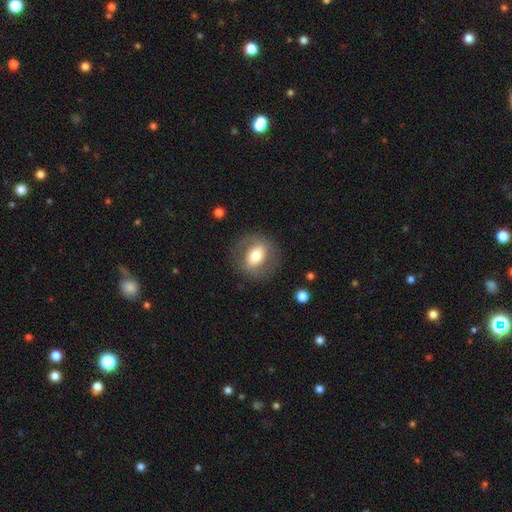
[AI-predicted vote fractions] Smooth or featured: smooth — 53% (featured or disk — 40%)
How rounded: round — 56% (in between — 43%)
Merging: none — 80% (minor disturbance — 11%)